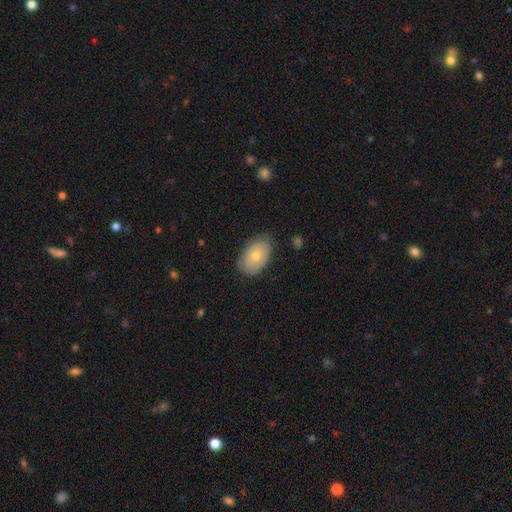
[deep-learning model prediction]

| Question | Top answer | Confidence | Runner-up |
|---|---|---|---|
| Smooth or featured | smooth | 68% | featured or disk (26%) |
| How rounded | in between | 90% | round (9%) |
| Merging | none | 76% | minor disturbance (19%) |